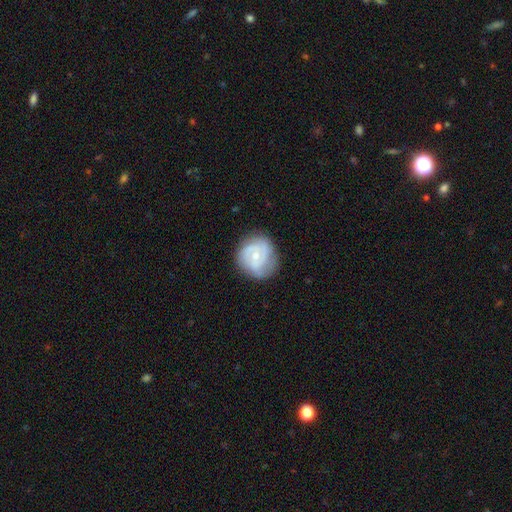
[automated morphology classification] A featured or disk galaxy (73%) with no bar (50%), 2 (53%) tight (53%) spiral arms (88%) and a small central bulge (56%).

Vote fractions:
- Smooth or featured? featured or disk: 73% / smooth: 22% / star or artifact: 6%
- Edge-on disk? no: 98% / yes: 2%
- Bar? no: 50% / weak: 41% / strong: 9%
- Spiral arms? yes: 88% / no: 12%
- Spiral winding? tight: 53% / medium: 37% / loose: 10%
- Spiral arm count? 2: 53% / can't tell: 21% / 3: 15% / 1: 5% / 4: 3% / more than 4: 3%
- Bulge size? small: 56% / moderate: 40% / none: 1% / large: 1% / dominant: 1%
- Merging? none: 75% / minor disturbance: 18% / major disturbance: 6% / merger: 1%